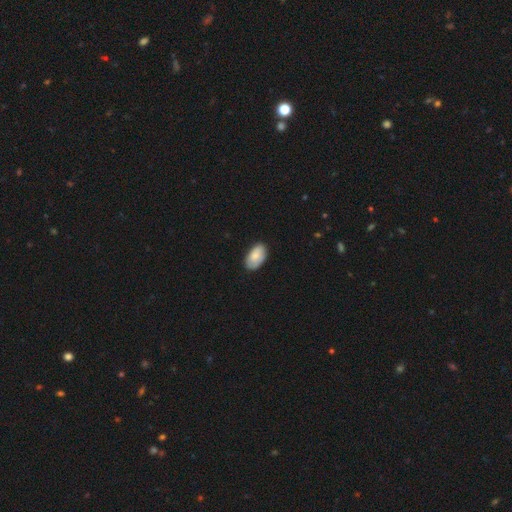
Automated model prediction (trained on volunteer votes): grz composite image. It shows a smooth galaxy with no disk features (77%) that is in between round and cigar-shaped (94%). Merging: none (79%).